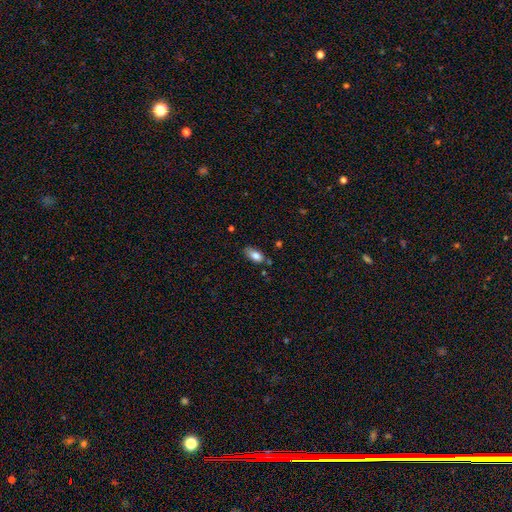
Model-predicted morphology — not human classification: This is clearly a smooth galaxy (81%). How rounded: clearly in between (90%). Merging: likely none (66%).